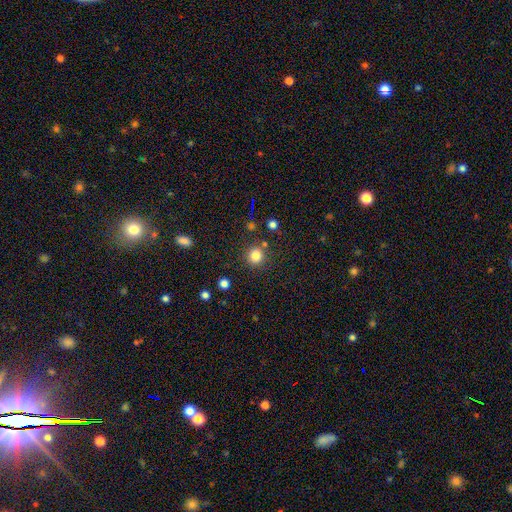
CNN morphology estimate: Smooth or featured? smooth (82%)
How rounded? round (90%)
Merging? none (83%)